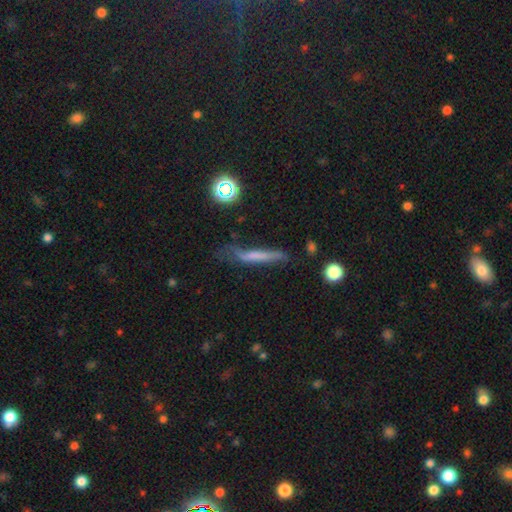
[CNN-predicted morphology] A smooth galaxy with no disk features (52%) that is cigar-shaped (89%).

Vote fractions:
- Smooth or featured? smooth: 52% / featured or disk: 37% / star or artifact: 12%
- How rounded? cigar-shaped: 89% / in between: 8% / round: 4%
- Merging? none: 52% / minor disturbance: 29% / major disturbance: 15% / merger: 4%